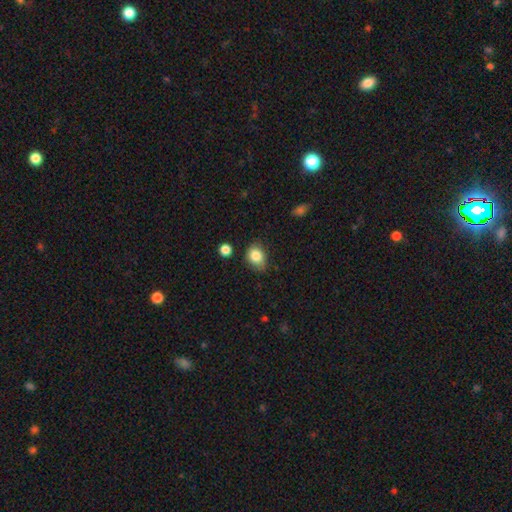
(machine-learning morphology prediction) A smooth galaxy with no disk features (84%) that is in between round and cigar-shaped (58%). Merging: none (70%).